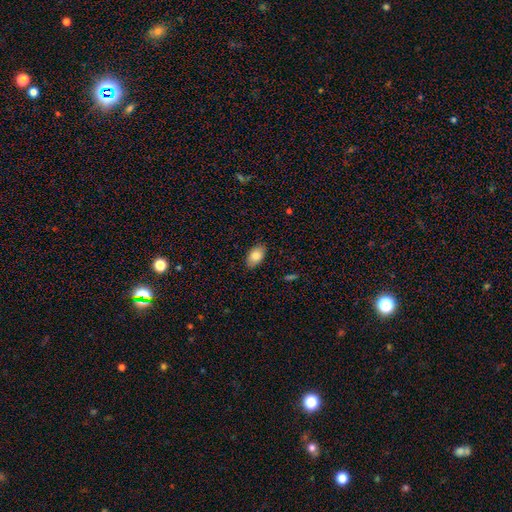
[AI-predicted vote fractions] Smooth or featured? smooth (82%)
How rounded? in between (91%)
Merging? none (87%)